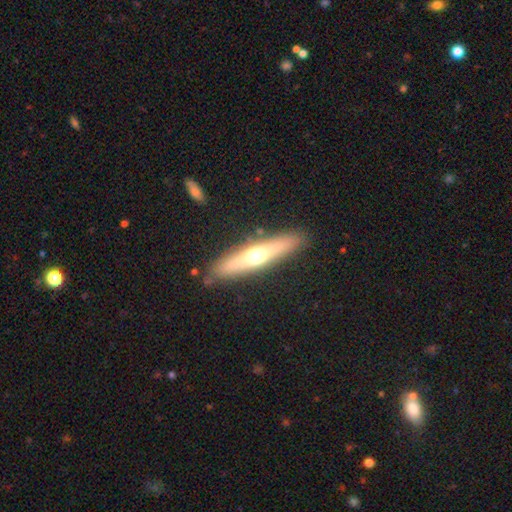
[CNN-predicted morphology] This is possibly a featured or disk galaxy (53%). It is clearly viewed edge-on (91%). Merging: clearly none (87%).